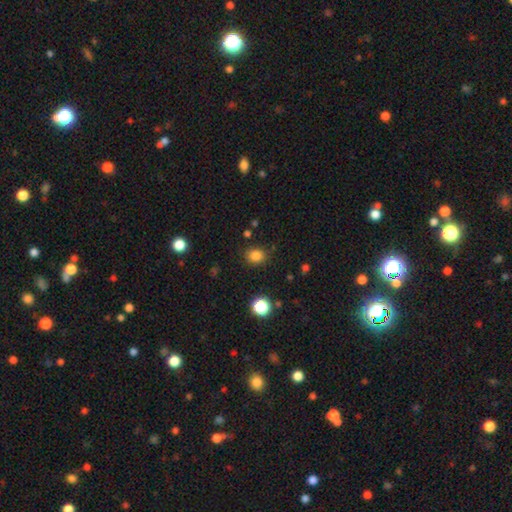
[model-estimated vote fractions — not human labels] Smooth or featured?
  - smooth: 82% *
  - star or artifact: 14%
  - featured or disk: 4%
How rounded?
  - round: 69% *
  - in between: 31%
  - cigar-shaped: 1%
Merging?
  - none: 83% *
  - minor disturbance: 11%
  - major disturbance: 3%
  - merger: 2%